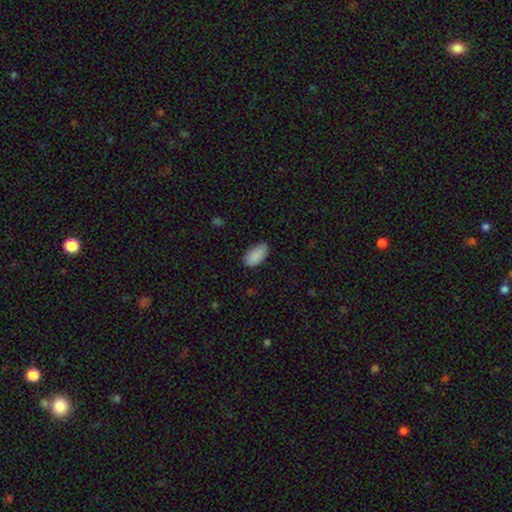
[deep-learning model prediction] smooth 89%, star or artifact 7%, featured or disk 4%. Down the decision tree: how rounded — in between (95%); merging — none (78%).